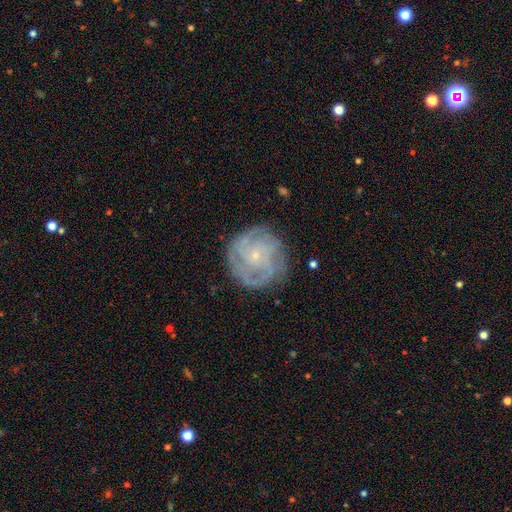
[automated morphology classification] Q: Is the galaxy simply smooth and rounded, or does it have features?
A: featured or disk — 80%.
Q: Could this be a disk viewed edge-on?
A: no — 98%.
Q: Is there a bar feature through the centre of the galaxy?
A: no — 76%.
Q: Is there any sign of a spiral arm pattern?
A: yes — 94%.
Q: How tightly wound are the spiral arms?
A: tight — 63%.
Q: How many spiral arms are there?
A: can't tell — 28%.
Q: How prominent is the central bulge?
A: small — 82%.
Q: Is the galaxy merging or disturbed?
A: none — 79%.